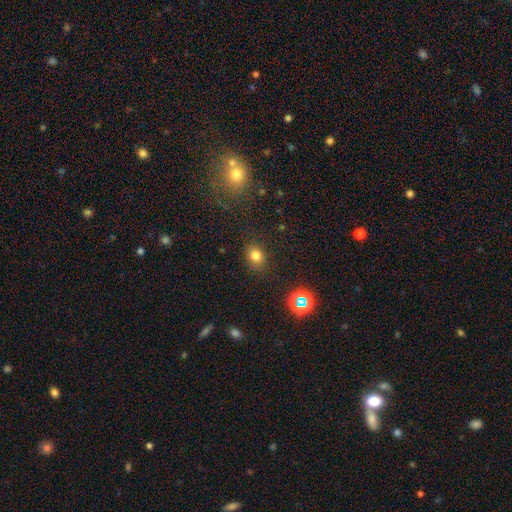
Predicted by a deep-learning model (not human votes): Q: Smooth or featured?
A: smooth (77%); runner-up: star or artifact (17%)
Q: How rounded?
A: round (57%); runner-up: in between (42%)
Q: Merging?
A: none (85%); runner-up: minor disturbance (10%)